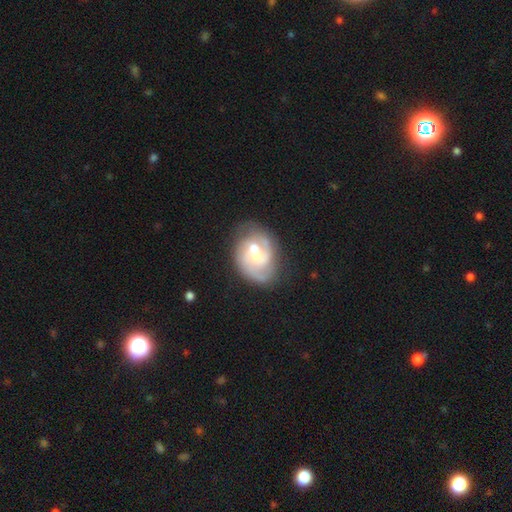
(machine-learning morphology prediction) Smooth or featured? Predicted: featured or disk (p=0.76). Edge-on disk? Predicted: no (p=0.98). Bar? Predicted: no (p=0.55). Spiral arms? Predicted: yes (p=0.86). Spiral winding? Predicted: medium (p=0.46). Spiral arm count? Predicted: 2 (p=0.59). Bulge size? Predicted: moderate (p=0.45). Merging? Predicted: none (p=0.46).